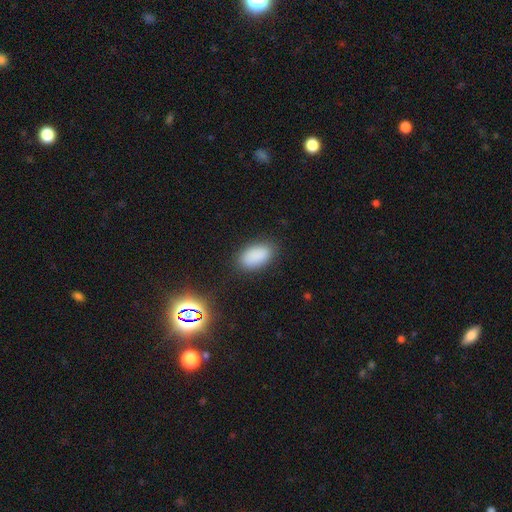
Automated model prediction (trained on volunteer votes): smooth-or-featured: smooth: 86% | star or artifact: 10% | featured or disk: 4%
  how-rounded: in between: 93% | round: 5% | cigar-shaped: 2%
  merging: none: 84% | minor disturbance: 11% | major disturbance: 3% | merger: 1%